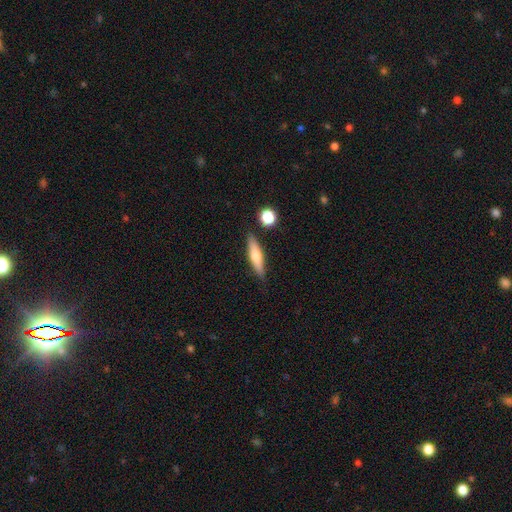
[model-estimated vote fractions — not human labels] smooth-or-featured: smooth: 54% | featured or disk: 39% | star or artifact: 7%
  how-rounded: cigar-shaped: 72% | in between: 25% | round: 3%
  merging: none: 83% | minor disturbance: 11% | merger: 4% | major disturbance: 3%